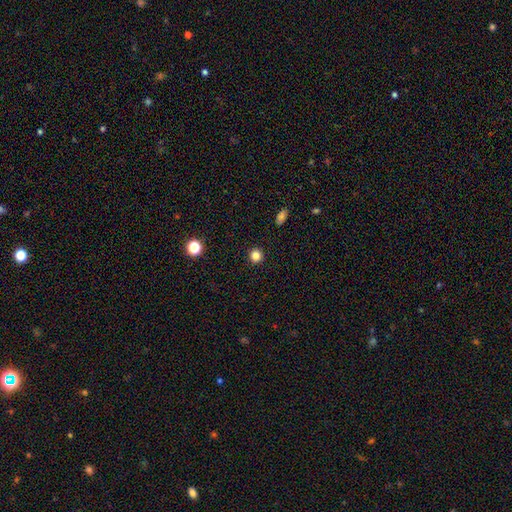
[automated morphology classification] Q: Smooth or featured?
A: smooth (82%); runner-up: star or artifact (13%)
Q: How rounded?
A: round (93%); runner-up: in between (6%)
Q: Merging?
A: none (92%); runner-up: minor disturbance (5%)